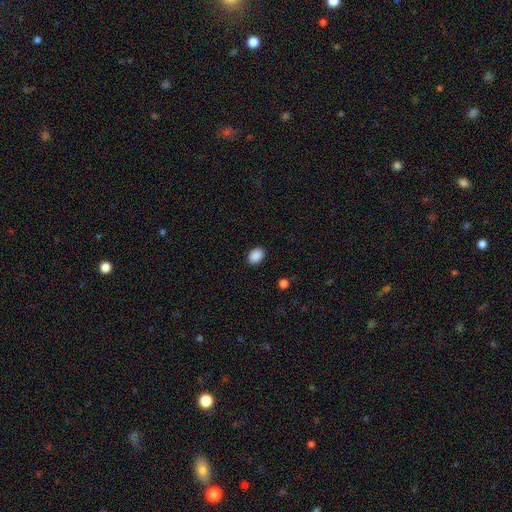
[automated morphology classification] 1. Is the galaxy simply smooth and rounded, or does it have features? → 89% smooth, 8% star or artifact, 2% featured or disk.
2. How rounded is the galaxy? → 74% in between, 25% round, 1% cigar-shaped.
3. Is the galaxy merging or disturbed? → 89% none, 8% minor disturbance, 2% major disturbance, 1% merger.